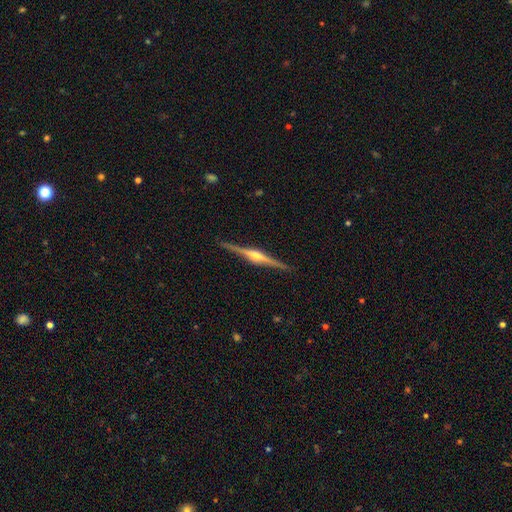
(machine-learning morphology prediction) Overall: featured or disk (86%). Edge-on disk: yes (99%). Edge-on bulge: rounded (91%). Merging: none (91%).